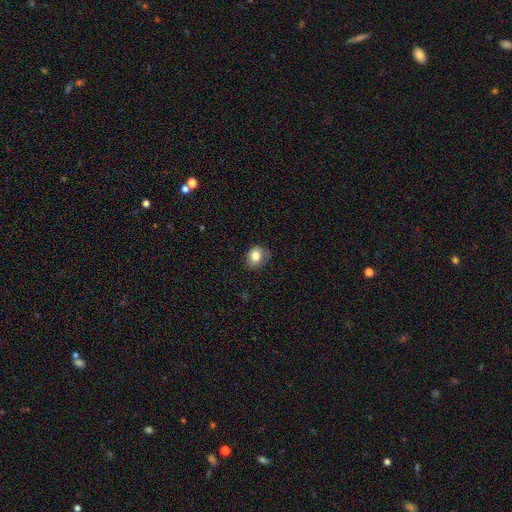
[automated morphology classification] Q: Smooth or featured?
A: smooth (80%); runner-up: featured or disk (10%)
Q: How rounded?
A: round (66%); runner-up: in between (33%)
Q: Merging?
A: none (77%); runner-up: minor disturbance (18%)